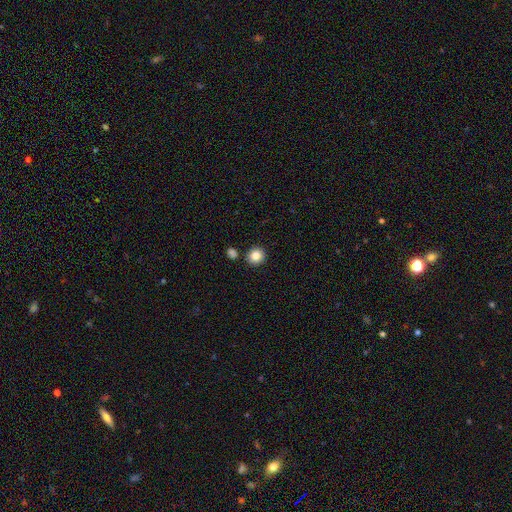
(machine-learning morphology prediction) Smooth or featured? smooth (84%)
How rounded? round (89%)
Merging? none (85%)